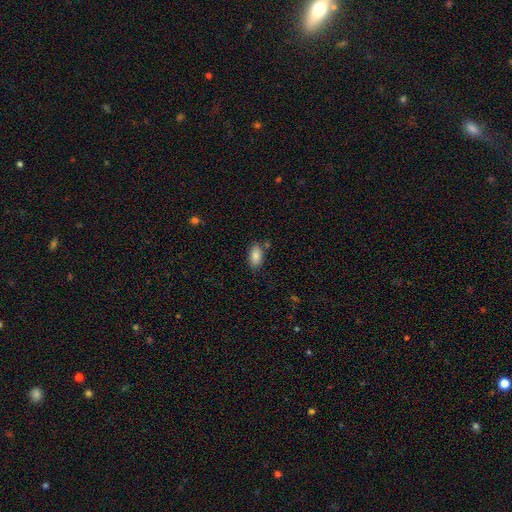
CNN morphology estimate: A smooth galaxy with no disk features (86%) that is in between round and cigar-shaped (93%).

Vote fractions:
- Smooth or featured? smooth: 86% / star or artifact: 7% / featured or disk: 7%
- How rounded? in between: 93% / round: 4% / cigar-shaped: 4%
- Merging? none: 78% / minor disturbance: 14% / merger: 5% / major disturbance: 3%